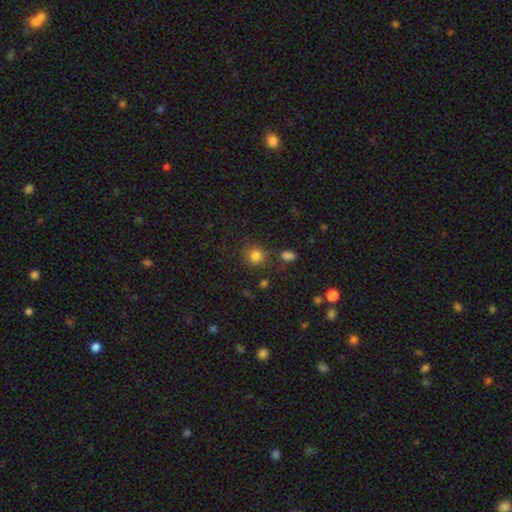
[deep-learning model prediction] Smooth or featured? smooth (82%)
How rounded? round (88%)
Merging? none (81%)